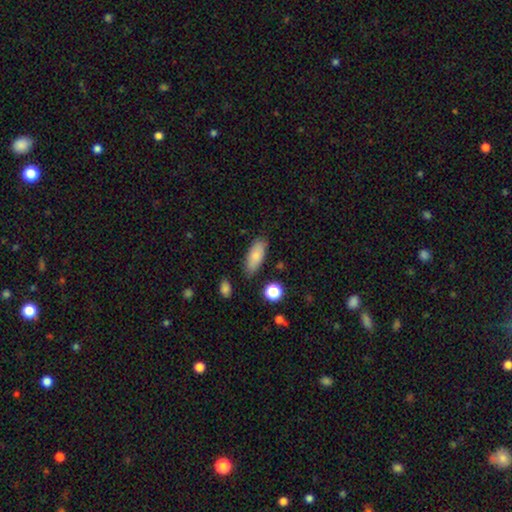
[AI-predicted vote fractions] smooth-or-featured: smooth: 80% | featured or disk: 13% | star or artifact: 7%
  how-rounded: in between: 82% | cigar-shaped: 15% | round: 3%
  merging: none: 80% | minor disturbance: 14% | major disturbance: 3% | merger: 3%